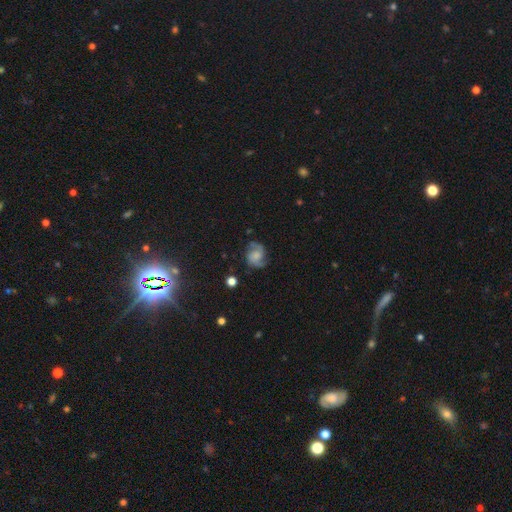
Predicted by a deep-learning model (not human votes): This appears to be a featured or disk galaxy (73%) with no bar (62%), 2 (86%) medium (51%) spiral arms (95%) and no central bulge (31%). Merging: none (73%).